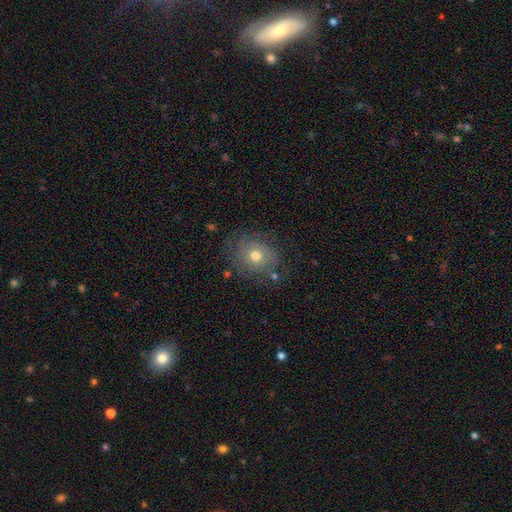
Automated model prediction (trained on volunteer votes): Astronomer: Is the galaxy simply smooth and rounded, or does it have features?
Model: smooth — 53% (runner-up: featured or disk, 35%).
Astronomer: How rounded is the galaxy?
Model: round — 69%.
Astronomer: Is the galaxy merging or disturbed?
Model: none — 69%.